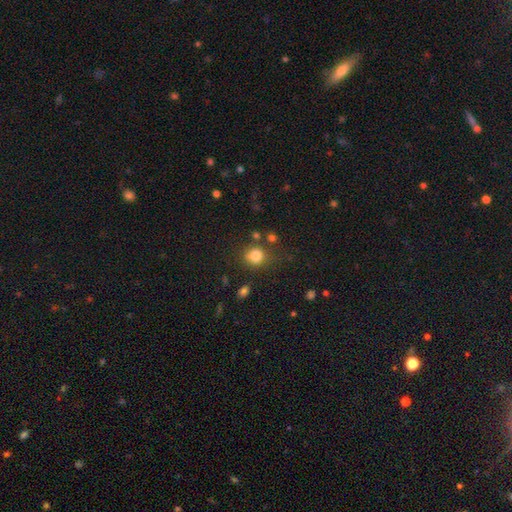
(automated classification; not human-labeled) Morphology: type=smooth (81%); roundness=round (80%); merging=none (69%).